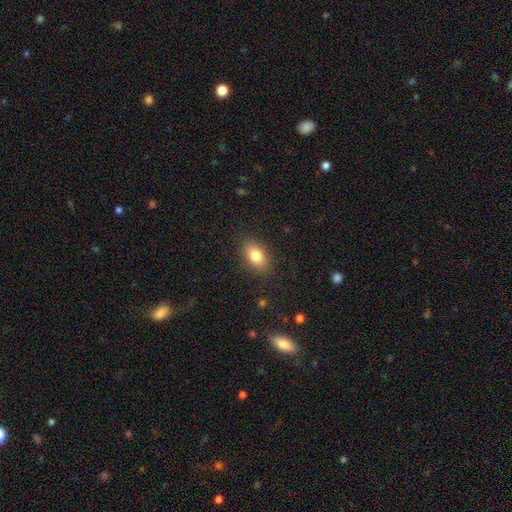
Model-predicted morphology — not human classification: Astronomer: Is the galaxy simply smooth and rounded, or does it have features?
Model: smooth — 80%.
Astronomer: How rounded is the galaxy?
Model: in between — 86%.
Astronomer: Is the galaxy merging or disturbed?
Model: none — 86%.